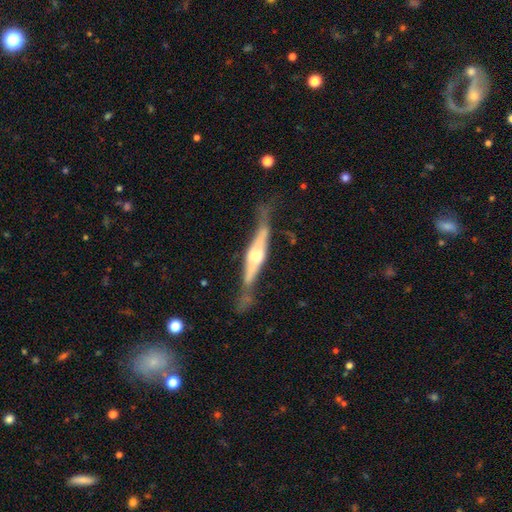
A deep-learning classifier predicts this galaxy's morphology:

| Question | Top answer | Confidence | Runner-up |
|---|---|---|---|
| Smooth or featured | featured or disk | 76% | smooth (18%) |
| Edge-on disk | yes | 92% | no (8%) |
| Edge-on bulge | rounded | 75% | boxy (20%) |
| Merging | none | 60% | minor disturbance (23%) |